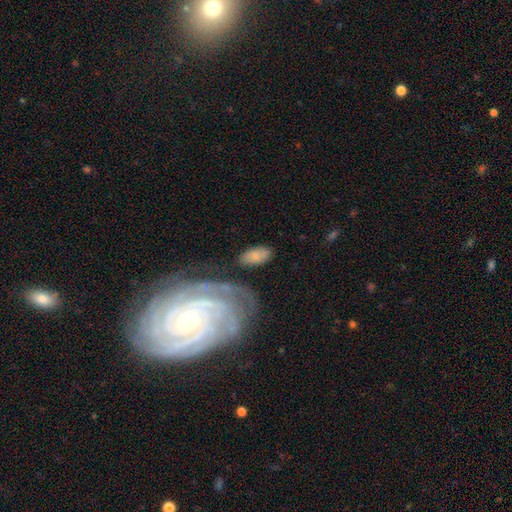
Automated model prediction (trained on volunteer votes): A smooth galaxy with no disk features (68%) that is in between round and cigar-shaped (93%). Merging: none (69%).